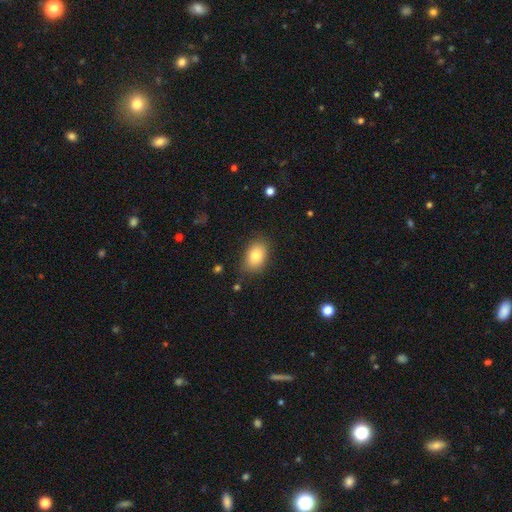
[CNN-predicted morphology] Q: Smooth or featured?
A: smooth (81%); runner-up: featured or disk (10%)
Q: How rounded?
A: in between (83%); runner-up: round (16%)
Q: Merging?
A: none (82%); runner-up: minor disturbance (13%)